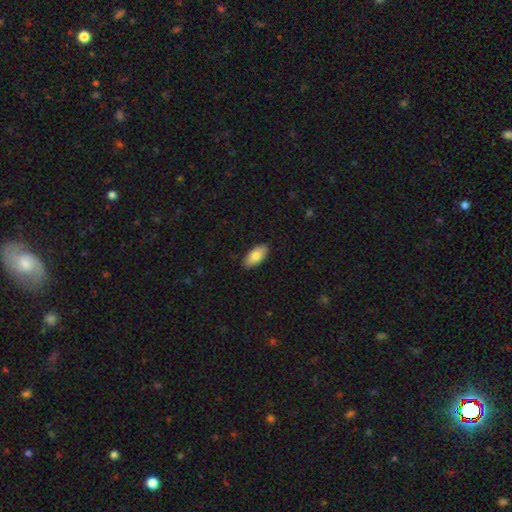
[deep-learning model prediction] Q: Smooth or featured?
A: smooth (82%); runner-up: featured or disk (12%)
Q: How rounded?
A: in between (92%); runner-up: cigar-shaped (6%)
Q: Merging?
A: none (88%); runner-up: minor disturbance (9%)